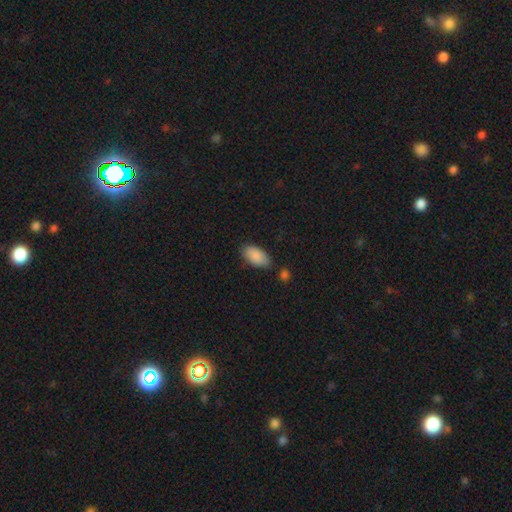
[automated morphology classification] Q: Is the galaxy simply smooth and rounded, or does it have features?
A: smooth — 88%.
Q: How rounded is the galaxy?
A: in between — 94%.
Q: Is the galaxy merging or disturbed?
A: none — 75%.